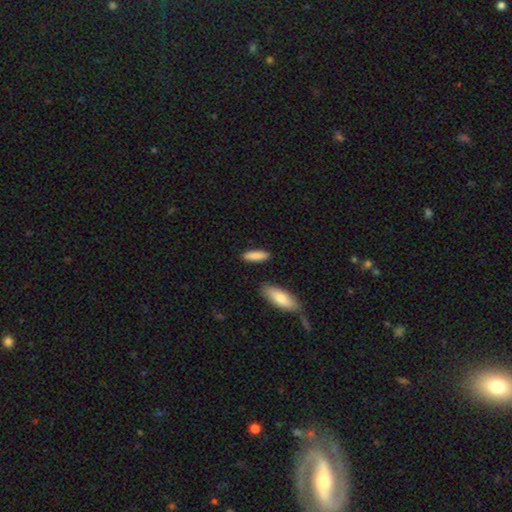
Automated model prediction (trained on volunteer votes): smooth-or-featured: smooth: 87% | featured or disk: 7% | star or artifact: 6%
  how-rounded: cigar-shaped: 58% | in between: 40% | round: 2%
  merging: none: 85% | minor disturbance: 9% | merger: 3% | major disturbance: 2%